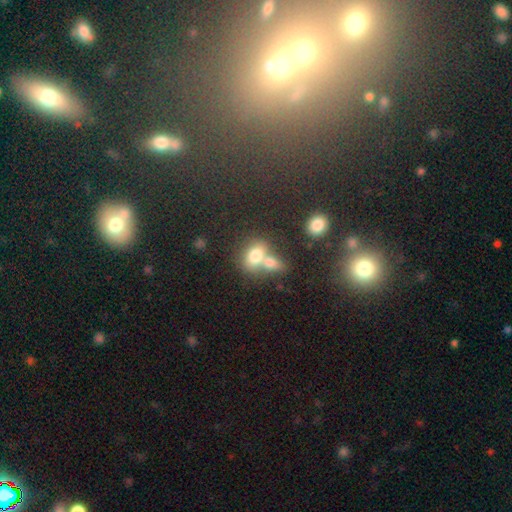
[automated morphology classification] Overall: smooth (75%). How rounded: in between (73%). Merging: merger (60%; none 27%).